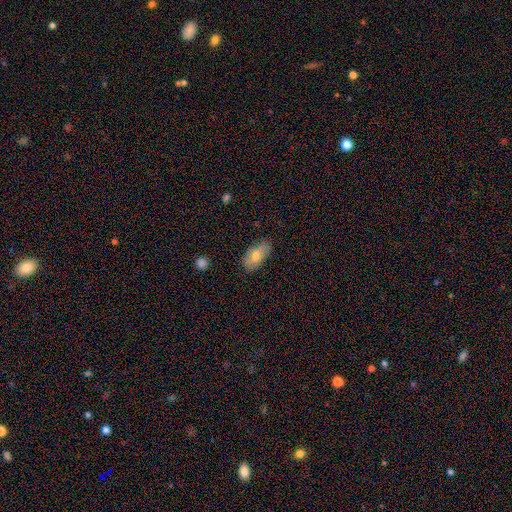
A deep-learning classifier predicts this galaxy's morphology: Smooth or featured? smooth (68%)
How rounded? in between (92%)
Merging? none (81%)